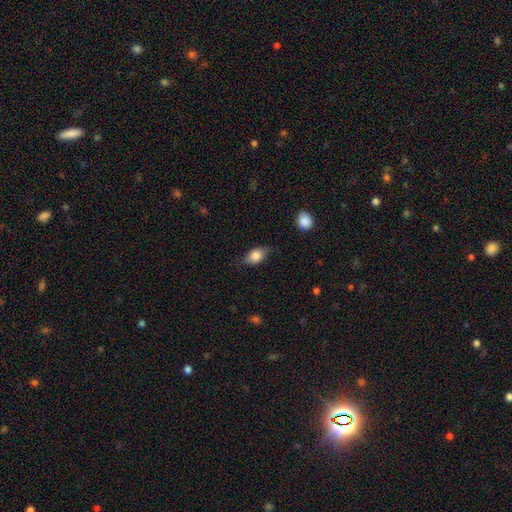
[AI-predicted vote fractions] smooth_or_featured: smooth (p=0.81) [alt: featured or disk p=0.11]
how_rounded: in between (p=0.85) [alt: round p=0.12]
merging: none (p=0.75) [alt: minor disturbance p=0.19]